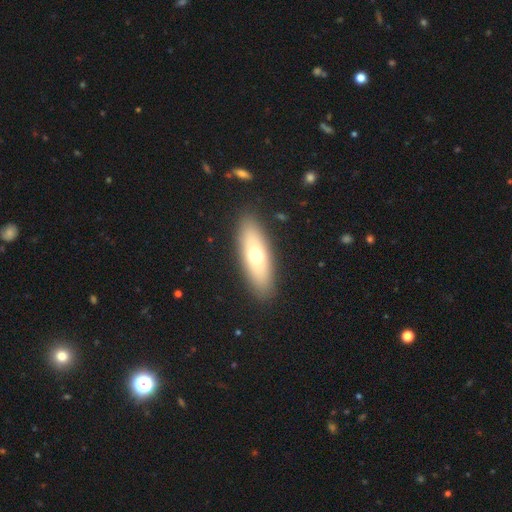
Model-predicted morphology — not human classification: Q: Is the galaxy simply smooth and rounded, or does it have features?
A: smooth — 62%.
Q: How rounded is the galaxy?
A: in between — 58%.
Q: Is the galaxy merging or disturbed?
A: none — 88%.